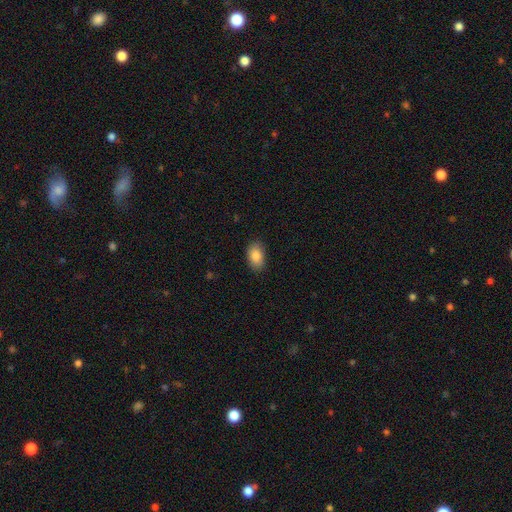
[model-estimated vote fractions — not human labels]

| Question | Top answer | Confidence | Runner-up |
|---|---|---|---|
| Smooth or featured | smooth | 87% | star or artifact (7%) |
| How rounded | in between | 90% | round (8%) |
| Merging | none | 84% | minor disturbance (12%) |